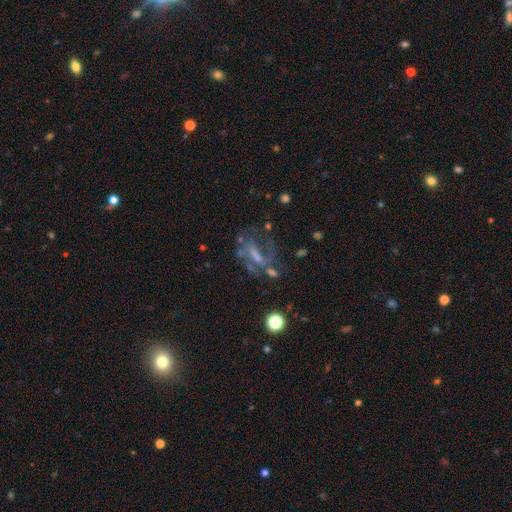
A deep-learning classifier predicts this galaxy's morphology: smooth_or_featured: featured or disk (p=0.62) [alt: smooth p=0.20]
disk_edge_on: no (p=0.92) [alt: yes p=0.08]
bar: no (p=0.36) [alt: weak p=0.35]
has_spiral_arms: yes (p=0.56) [alt: no p=0.44]
bulge_size: none (p=0.42) [alt: small p=0.27]
merging: none (p=0.40) [alt: major disturbance p=0.31]